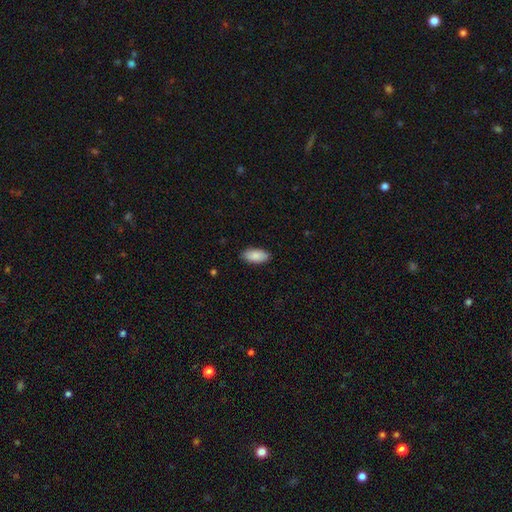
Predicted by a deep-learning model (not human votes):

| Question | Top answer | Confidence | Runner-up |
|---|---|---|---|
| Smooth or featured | smooth | 89% | star or artifact (6%) |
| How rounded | in between | 93% | cigar-shaped (5%) |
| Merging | none | 88% | minor disturbance (9%) |